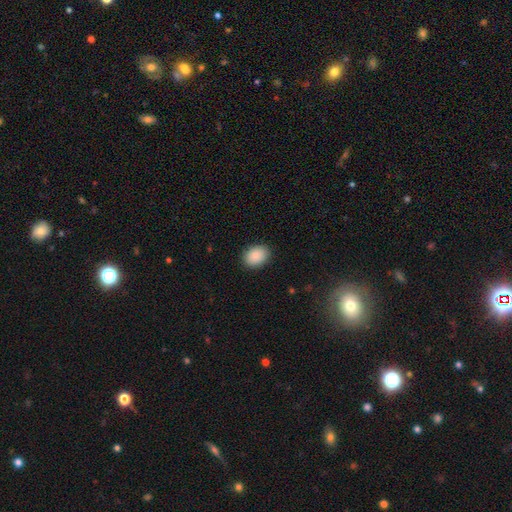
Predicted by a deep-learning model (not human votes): Smooth or featured: smooth — 90% (star or artifact — 7%)
How rounded: in between — 73% (round — 26%)
Merging: none — 90% (minor disturbance — 8%)